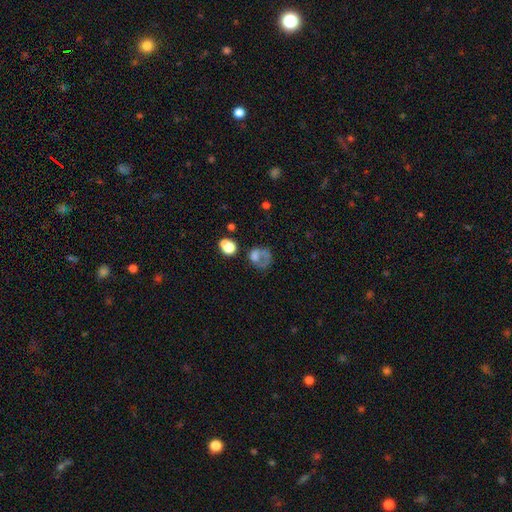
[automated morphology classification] smooth 52%, featured or disk 31%, star or artifact 16%. Down the decision tree: how rounded — round (58%); merging — major disturbance (33%).